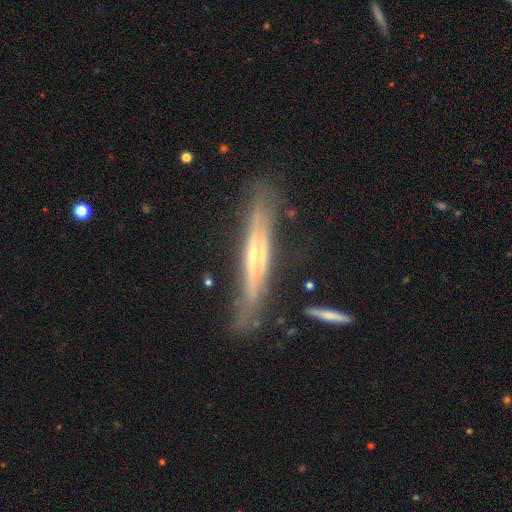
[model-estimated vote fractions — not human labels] The model was most divided on "edge-on bulge": rounded: 58%, none: 31%, boxy: 11%. More confident: edge-on disk — yes (91%); smooth or featured — featured or disk (77%); merging — none (73%).